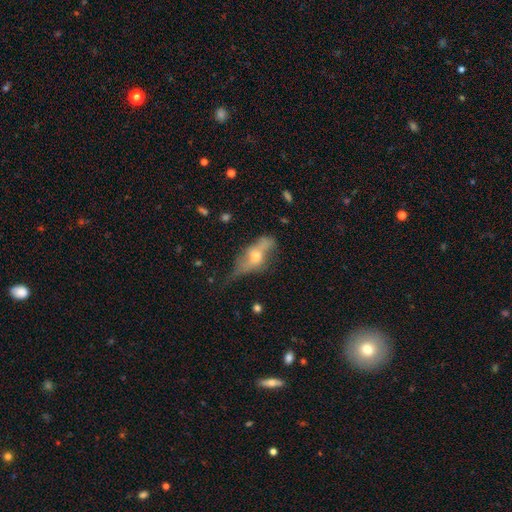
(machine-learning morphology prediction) Smooth or featured? featured or disk (56%)
Edge-on disk? yes (53%)
Merging? none (42%)